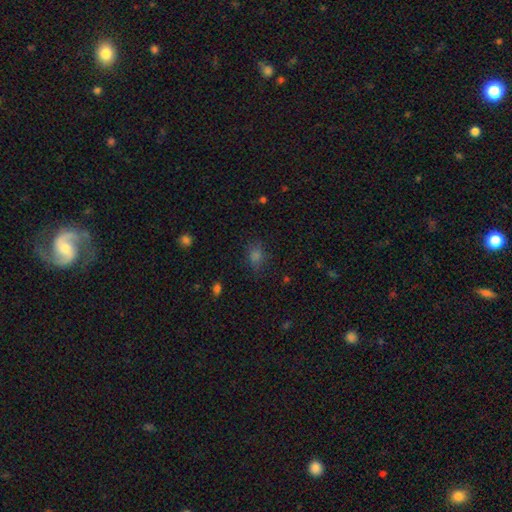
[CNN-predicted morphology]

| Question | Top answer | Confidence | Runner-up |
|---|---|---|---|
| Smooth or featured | smooth | 66% | star or artifact (26%) |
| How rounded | in between | 59% | round (38%) |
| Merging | none | 76% | minor disturbance (17%) |